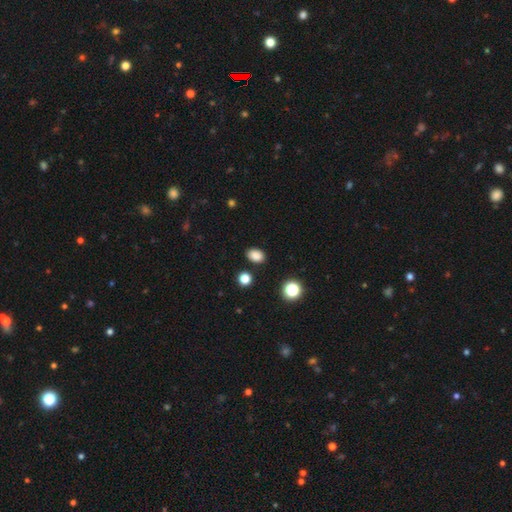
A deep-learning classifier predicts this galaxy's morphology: This appears to be a smooth galaxy with no disk features (85%) that is in between round and cigar-shaped (75%). Merging: none (87%).